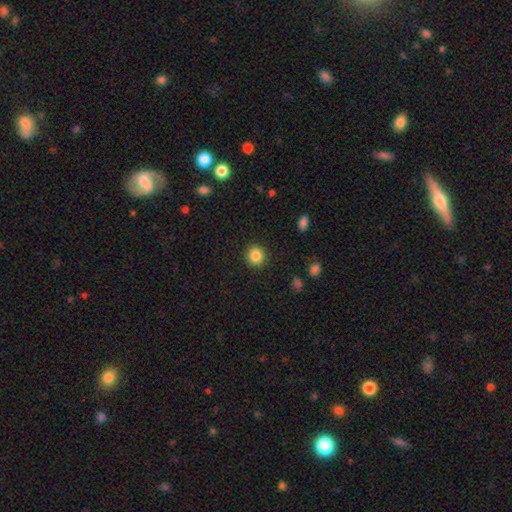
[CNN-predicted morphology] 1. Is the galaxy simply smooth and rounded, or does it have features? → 85% smooth, 10% star or artifact, 5% featured or disk.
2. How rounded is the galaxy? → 88% round, 12% in between, 1% cigar-shaped.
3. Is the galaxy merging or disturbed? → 91% none, 6% minor disturbance, 2% major disturbance, 1% merger.